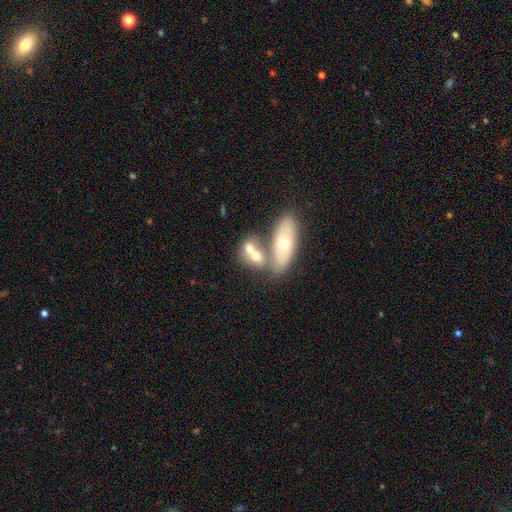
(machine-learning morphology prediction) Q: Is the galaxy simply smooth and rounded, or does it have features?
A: smooth — 59%.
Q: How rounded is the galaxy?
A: in between — 72%.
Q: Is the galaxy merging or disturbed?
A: merger — 63%.